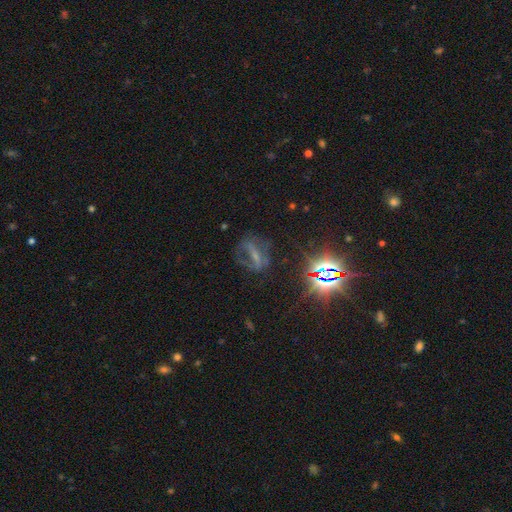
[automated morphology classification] Q: Smooth or featured?
A: featured or disk (46%); runner-up: star or artifact (33%)
Q: Merging?
A: none (56%); runner-up: major disturbance (23%)